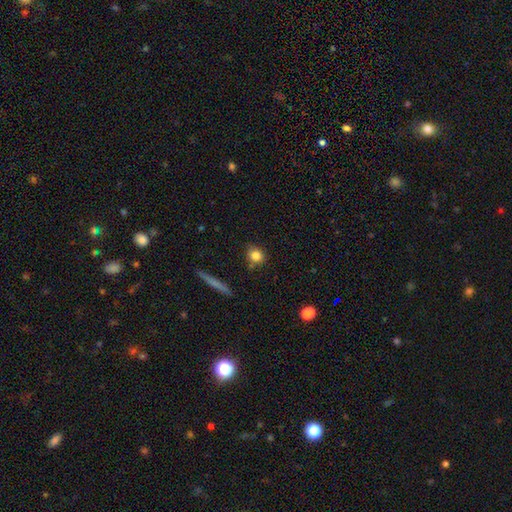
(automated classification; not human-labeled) A smooth galaxy with no disk features (81%) that is round (71%). Merging: none (79%).